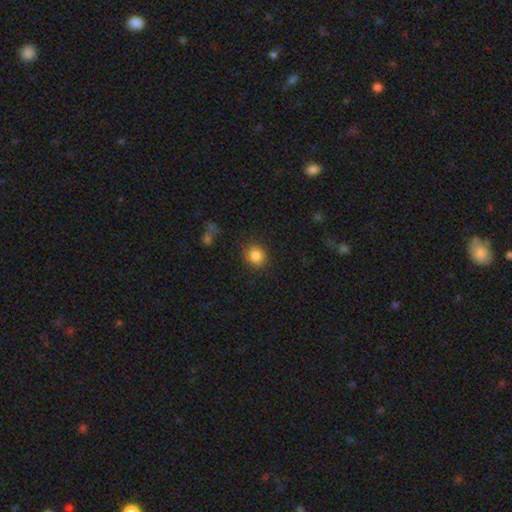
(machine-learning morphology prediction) Overall: smooth (85%). How rounded: round (84%). Merging: none (86%).